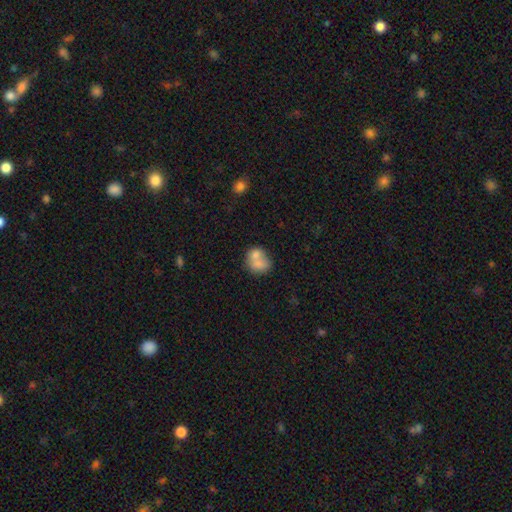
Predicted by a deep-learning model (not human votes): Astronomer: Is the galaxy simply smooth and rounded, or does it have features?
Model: smooth — 74%.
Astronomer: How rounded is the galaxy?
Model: round — 58% (runner-up: in between, 41%).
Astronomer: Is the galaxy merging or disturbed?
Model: merger — 57%.